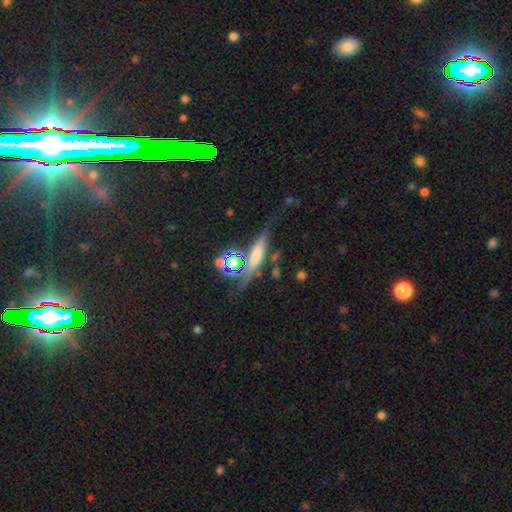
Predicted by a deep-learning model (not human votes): Overall: smooth (43%; featured or disk 42%). Merging: none (64%).